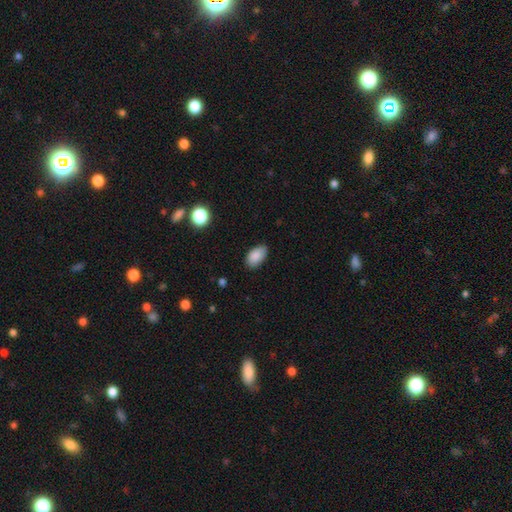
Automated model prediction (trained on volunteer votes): Smooth or featured? smooth (88%)
How rounded? in between (93%)
Merging? none (81%)